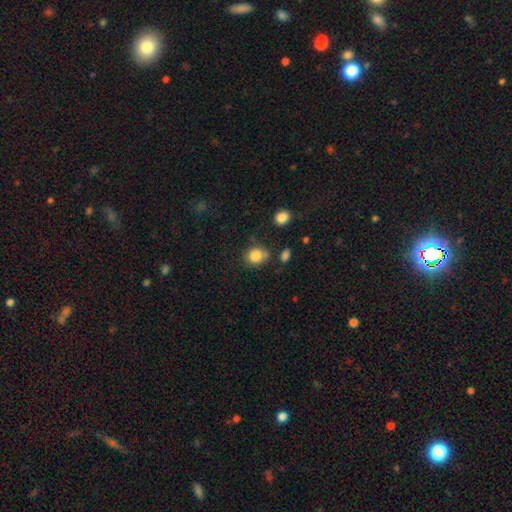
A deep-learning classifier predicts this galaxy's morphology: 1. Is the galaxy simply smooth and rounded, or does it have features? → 84% smooth, 10% star or artifact, 6% featured or disk.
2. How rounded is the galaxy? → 67% round, 32% in between, 1% cigar-shaped.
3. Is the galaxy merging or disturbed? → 69% none, 21% minor disturbance, 5% merger, 5% major disturbance.